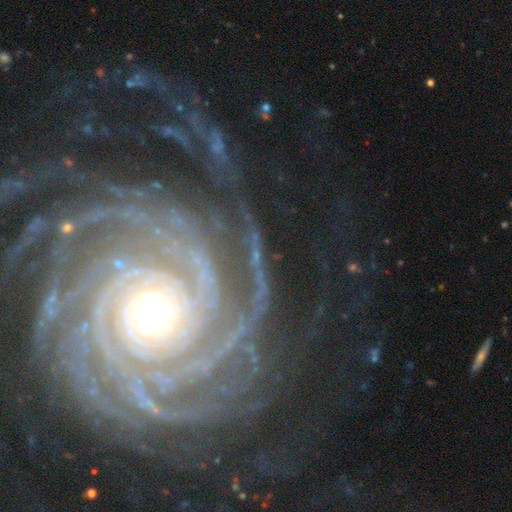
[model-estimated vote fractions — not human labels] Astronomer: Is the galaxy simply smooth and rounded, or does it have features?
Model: featured or disk — 92%.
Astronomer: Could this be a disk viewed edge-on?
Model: no — 98%.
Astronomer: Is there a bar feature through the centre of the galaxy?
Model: no — 72%.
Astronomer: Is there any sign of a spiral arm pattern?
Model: yes — 99%.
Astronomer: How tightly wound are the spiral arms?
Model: tight — 83%.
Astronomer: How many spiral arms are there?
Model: more than 4 — 38% (runner-up: 4, 17%).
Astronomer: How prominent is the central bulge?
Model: moderate — 60%.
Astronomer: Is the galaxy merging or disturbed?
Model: none — 75%.